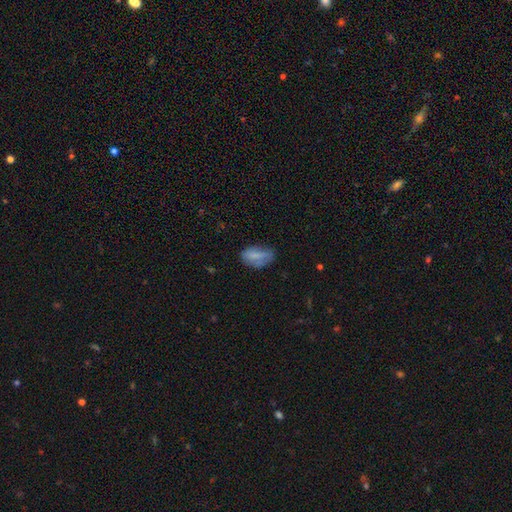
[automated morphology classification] type=smooth (73%); roundness=in between (89%); merging=none (55%).